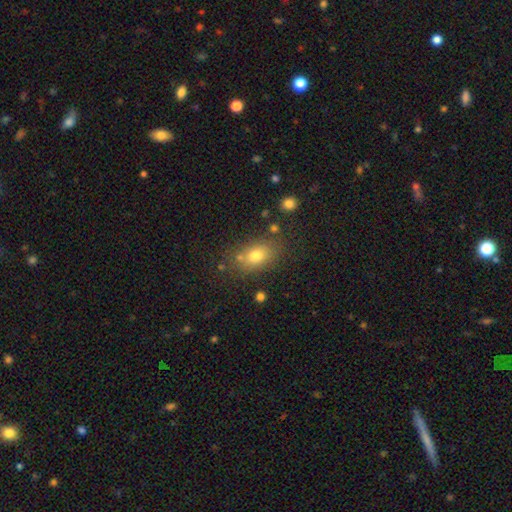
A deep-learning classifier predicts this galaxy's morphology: Smooth or featured? Predicted: smooth (p=0.76). How rounded? Predicted: in between (p=0.76). Merging? Predicted: none (p=0.72).